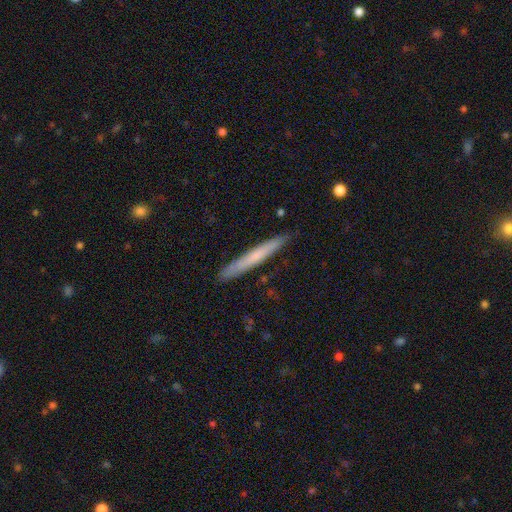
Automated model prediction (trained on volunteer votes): This appears to be a smooth galaxy with no disk features (61%) that is cigar-shaped (96%). Merging: none (88%).